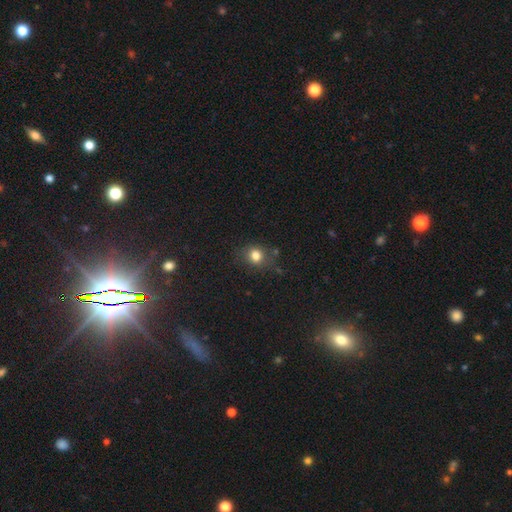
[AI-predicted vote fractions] Smooth or featured: smooth — 79% (star or artifact — 14%)
How rounded: round — 70% (in between — 29%)
Merging: none — 74% (minor disturbance — 17%)